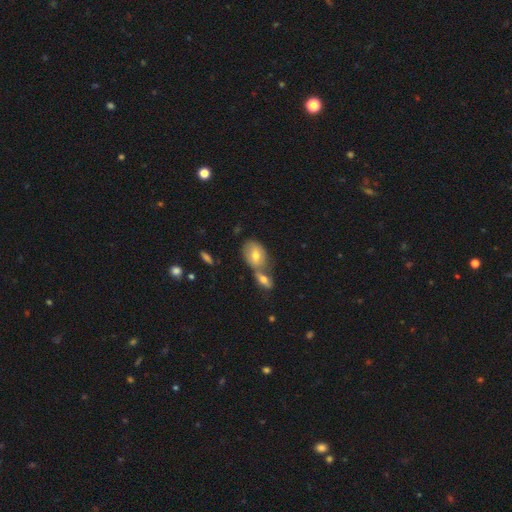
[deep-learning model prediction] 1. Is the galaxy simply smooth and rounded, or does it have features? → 65% smooth, 27% featured or disk, 9% star or artifact.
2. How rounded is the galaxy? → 85% in between, 13% round, 3% cigar-shaped.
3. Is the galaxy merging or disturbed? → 52% merger, 34% none, 10% minor disturbance, 4% major disturbance.